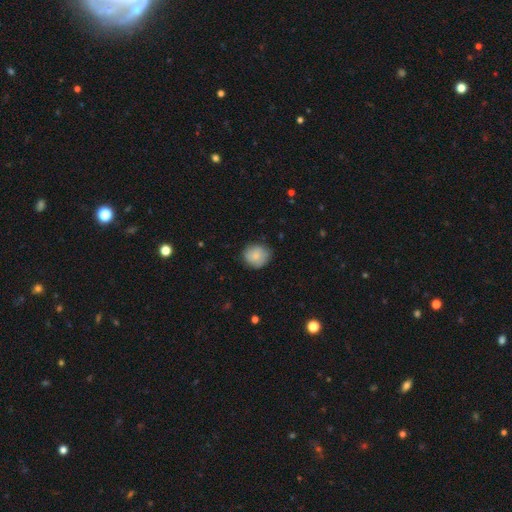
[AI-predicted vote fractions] Smooth or featured? Predicted: smooth (p=0.82). How rounded? Predicted: round (p=0.82). Merging? Predicted: none (p=0.79).